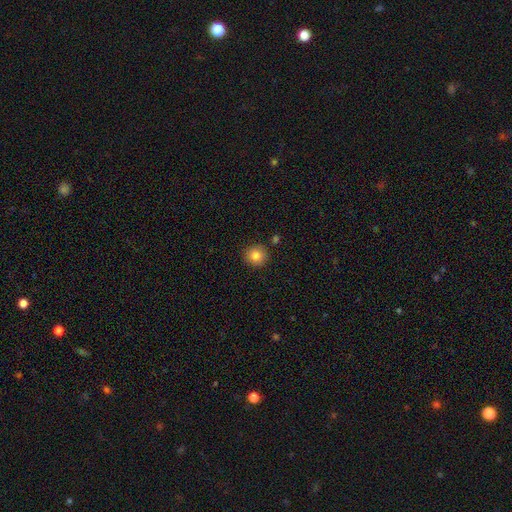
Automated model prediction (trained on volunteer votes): This appears to be a smooth galaxy with no disk features (82%) that is round (93%). Merging: none (88%).